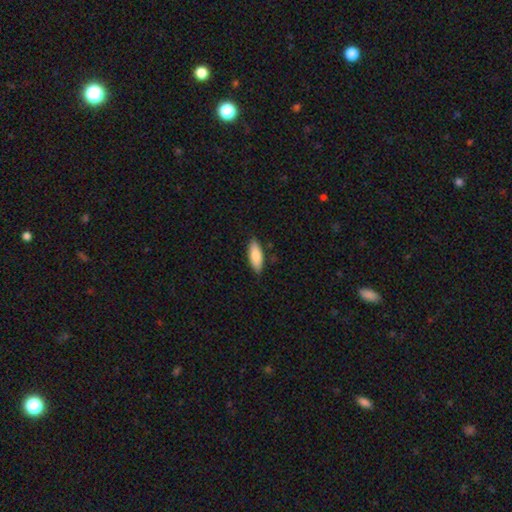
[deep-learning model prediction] This is clearly a smooth galaxy (81%). How rounded: likely in between (74%). Merging: clearly none (86%).